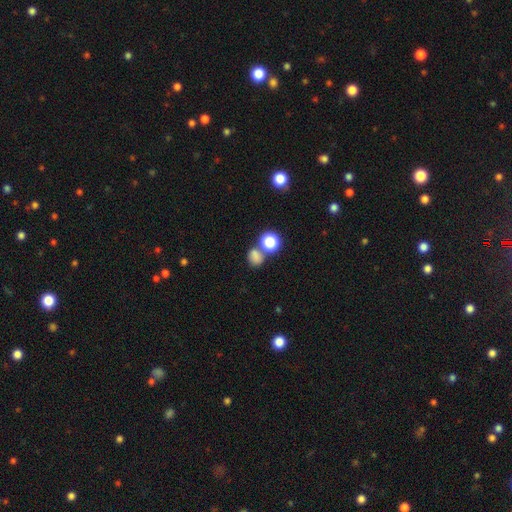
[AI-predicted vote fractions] Morphology: type=smooth (74%); roundness=round (59%); merging=none (52%).